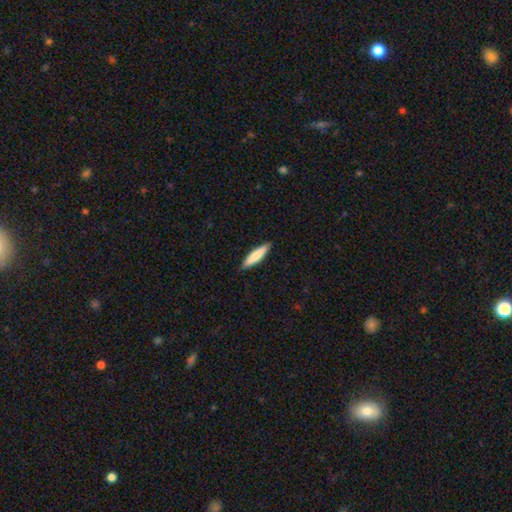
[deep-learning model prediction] Morphology: type=smooth (79%); roundness=cigar-shaped (81%); merging=none (89%).